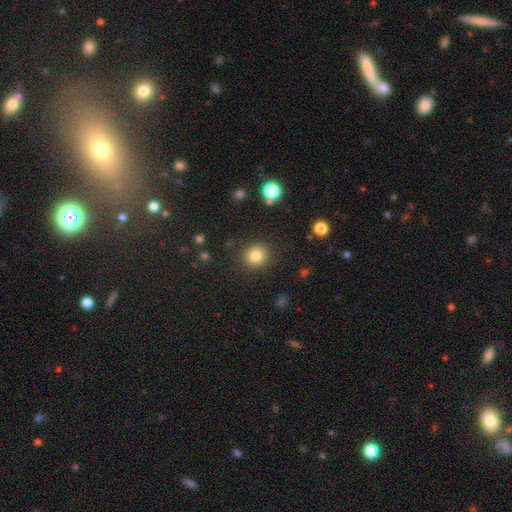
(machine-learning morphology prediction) A smooth galaxy with no disk features (83%) that is round (90%).

Vote fractions:
- Smooth or featured? smooth: 83% / star or artifact: 11% / featured or disk: 6%
- How rounded? round: 90% / in between: 9% / cigar-shaped: 1%
- Merging? none: 89% / minor disturbance: 7% / major disturbance: 3% / merger: 1%